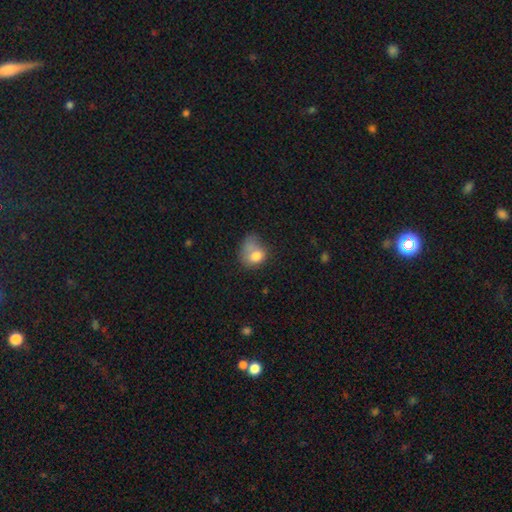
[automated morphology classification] smooth 73%, featured or disk 16%, star or artifact 10%. Down the decision tree: how rounded — in between (56%); merging — merger (30%).